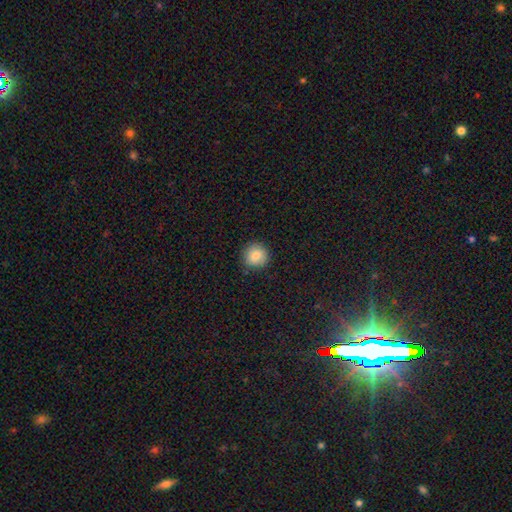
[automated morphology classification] Overall: smooth (84%). How rounded: round (93%). Merging: none (88%).